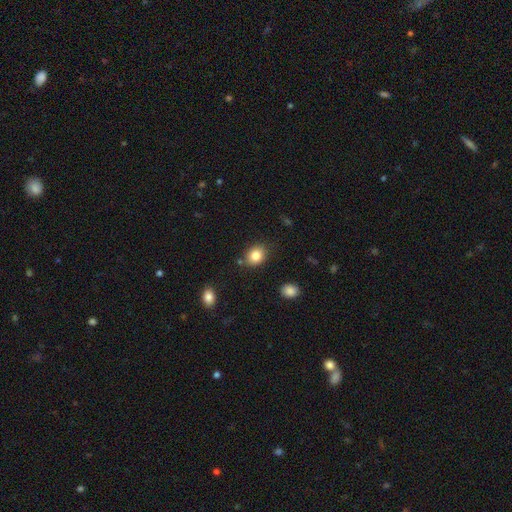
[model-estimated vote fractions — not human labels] Smooth or featured? Predicted: smooth (p=0.84). How rounded? Predicted: in between (p=0.51). Merging? Predicted: none (p=0.81).